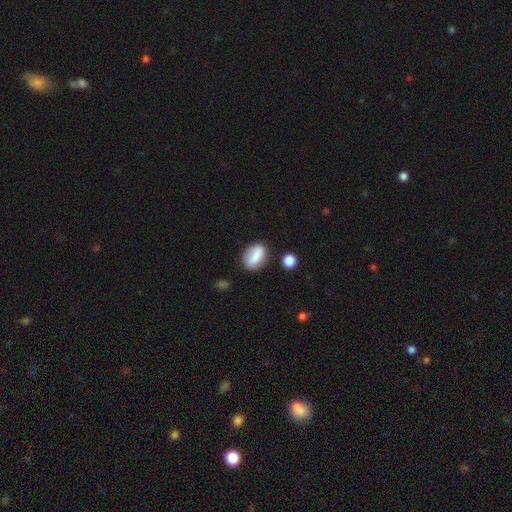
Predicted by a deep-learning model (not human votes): Smooth or featured?
  - smooth: 79% *
  - featured or disk: 13%
  - star or artifact: 8%
How rounded?
  - in between: 80% *
  - round: 15%
  - cigar-shaped: 5%
Merging?
  - none: 77% *
  - minor disturbance: 14%
  - merger: 5%
  - major disturbance: 4%